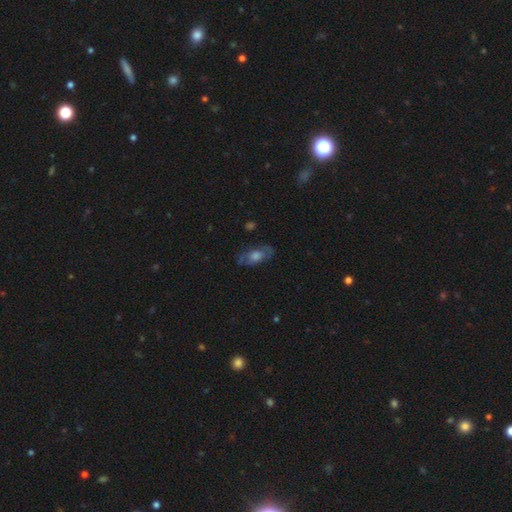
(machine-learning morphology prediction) Q: Smooth or featured?
A: featured or disk (57%); runner-up: smooth (32%)
Q: Edge-on disk?
A: no (82%); runner-up: yes (18%)
Q: Merging?
A: none (75%); runner-up: minor disturbance (16%)